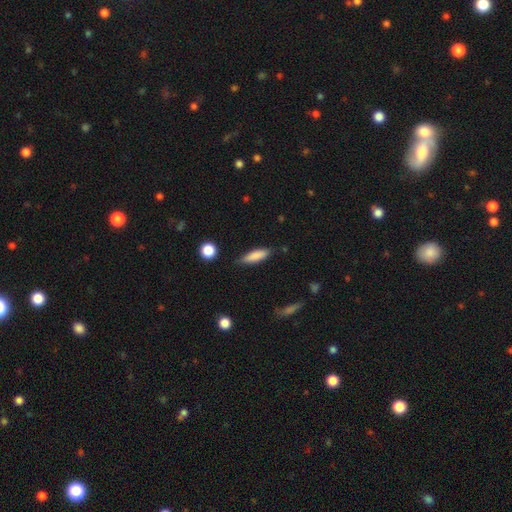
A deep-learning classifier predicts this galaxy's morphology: type=smooth (83%); roundness=cigar-shaped (57%); merging=none (80%).